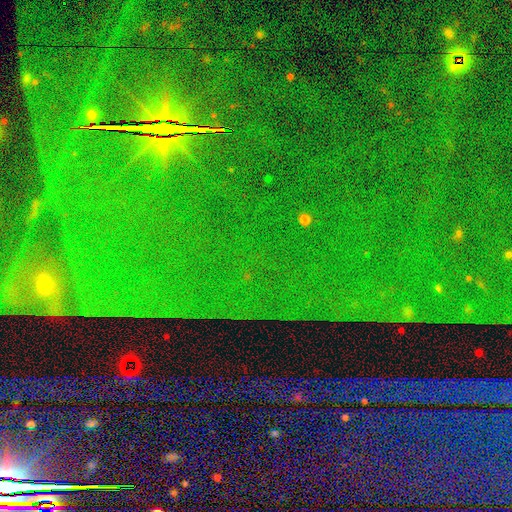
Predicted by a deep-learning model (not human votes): Smooth or featured: star or artifact — 88% (smooth — 6%)